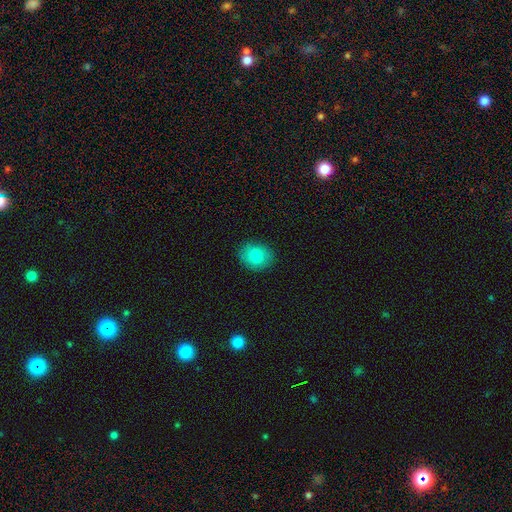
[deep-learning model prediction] smooth-or-featured: smooth: 84% | star or artifact: 9% | featured or disk: 8%
  how-rounded: round: 51% | in between: 48% | cigar-shaped: 1%
  merging: none: 86% | minor disturbance: 10% | major disturbance: 3% | merger: 1%